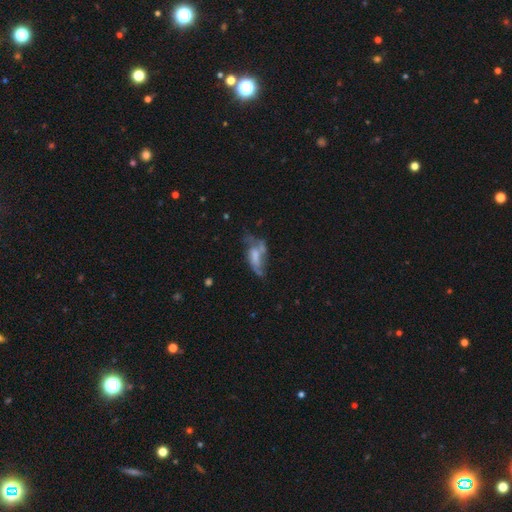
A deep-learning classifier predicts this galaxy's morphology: Smooth or featured?
  - featured or disk: 54% *
  - smooth: 36%
  - star or artifact: 10%
Edge-on disk?
  - no: 91% *
  - yes: 9%
Merging?
  - major disturbance: 34% *
  - none: 30%
  - minor disturbance: 23%
  - merger: 12%